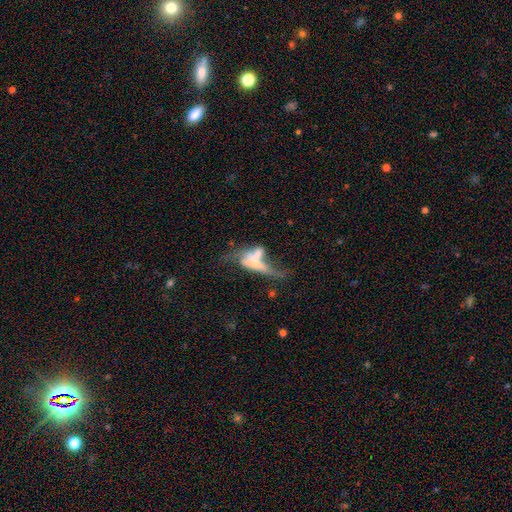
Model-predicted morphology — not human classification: The model was most divided on "smooth or featured": featured or disk: 49%, smooth: 41%, star or artifact: 11%. More confident: merging — merger (52%).